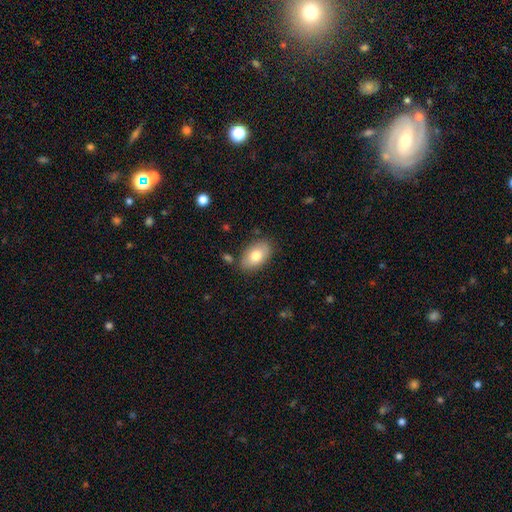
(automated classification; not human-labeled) A smooth galaxy with no disk features (78%) that is in between round and cigar-shaped (91%). Merging: none (82%).